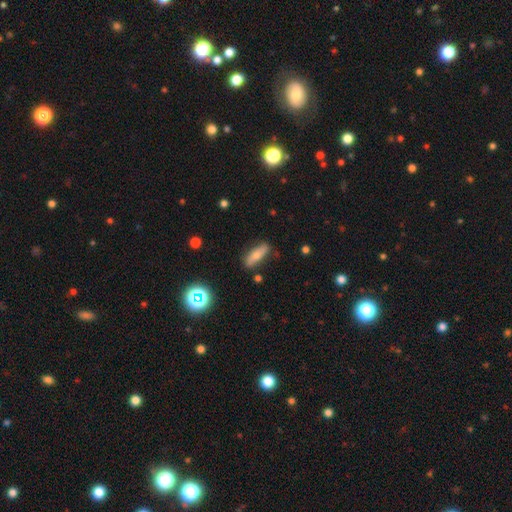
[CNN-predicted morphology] Smooth or featured? Predicted: smooth (p=0.63). How rounded? Predicted: cigar-shaped (p=0.51). Merging? Predicted: none (p=0.80).